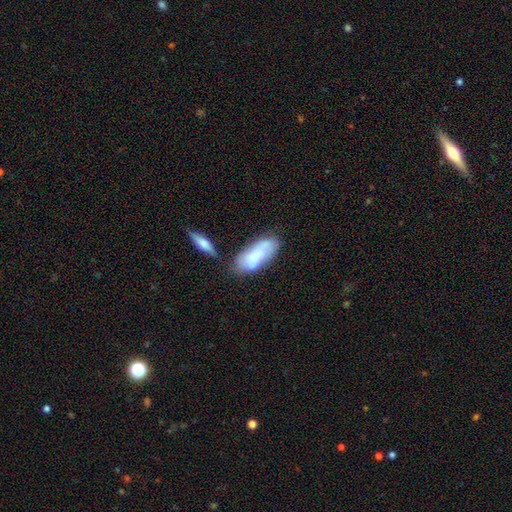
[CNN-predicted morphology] Overall: smooth (72%). How rounded: in between (79%). Merging: none (49%; minor disturbance 25%).